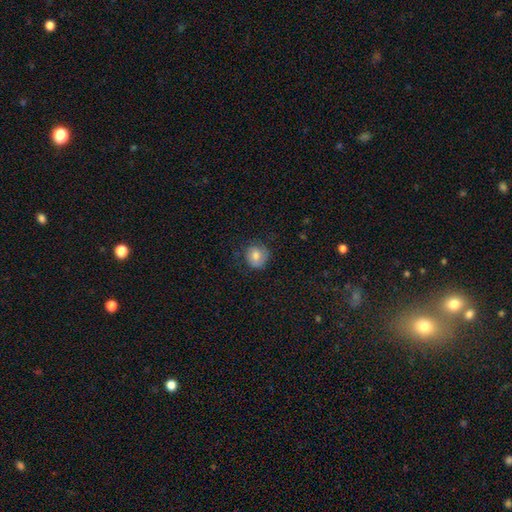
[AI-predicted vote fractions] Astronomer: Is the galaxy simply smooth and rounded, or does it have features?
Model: smooth — 74%.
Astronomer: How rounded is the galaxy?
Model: round — 83%.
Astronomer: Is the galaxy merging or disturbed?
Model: none — 70%.